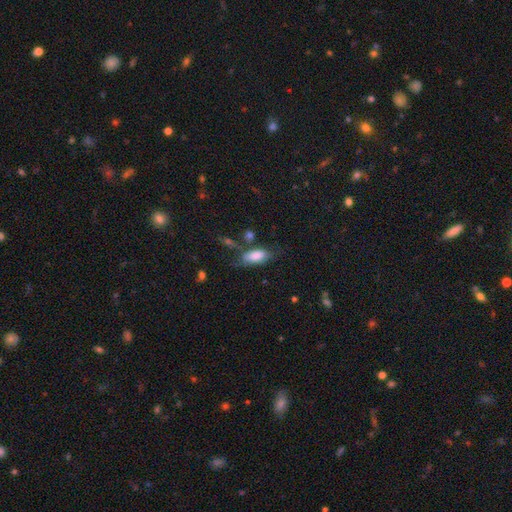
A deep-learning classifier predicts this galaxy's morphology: A smooth galaxy with no disk features (79%) that is in between round and cigar-shaped (86%).

Vote fractions:
- Smooth or featured? smooth: 79% / featured or disk: 14% / star or artifact: 8%
- How rounded? in between: 86% / cigar-shaped: 12% / round: 3%
- Merging? none: 49% / minor disturbance: 26% / major disturbance: 15% / merger: 9%